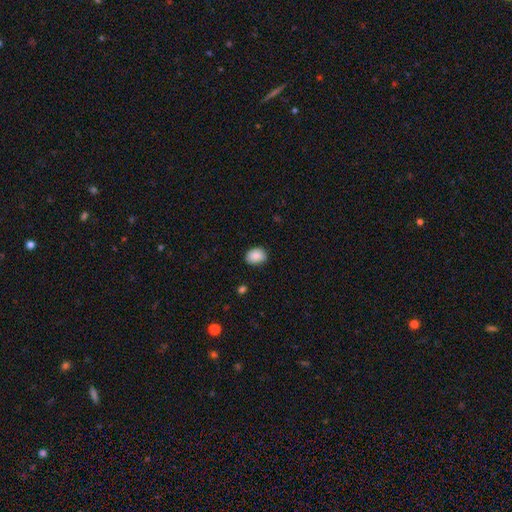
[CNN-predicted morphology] Smooth or featured? Predicted: smooth (p=0.88). How rounded? Predicted: in between (p=0.61). Merging? Predicted: none (p=0.82).